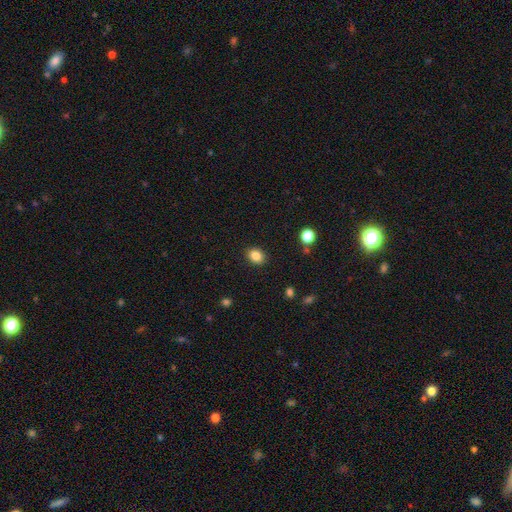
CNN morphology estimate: Q: Smooth or featured?
A: smooth (85%); runner-up: star or artifact (10%)
Q: How rounded?
A: in between (59%); runner-up: round (41%)
Q: Merging?
A: none (89%); runner-up: minor disturbance (8%)